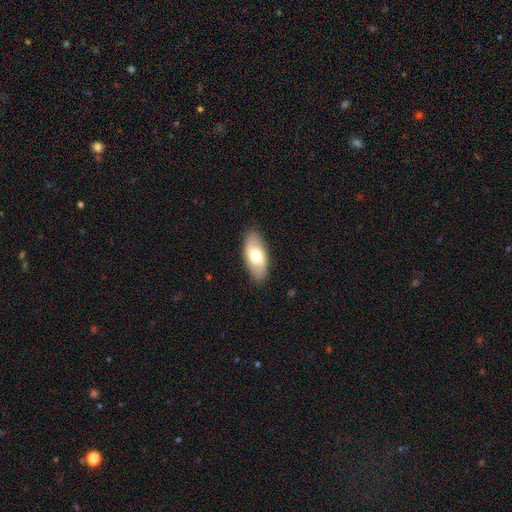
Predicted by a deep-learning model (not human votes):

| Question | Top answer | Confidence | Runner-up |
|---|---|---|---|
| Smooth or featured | smooth | 68% | featured or disk (26%) |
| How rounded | in between | 89% | cigar-shaped (8%) |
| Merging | none | 86% | minor disturbance (11%) |